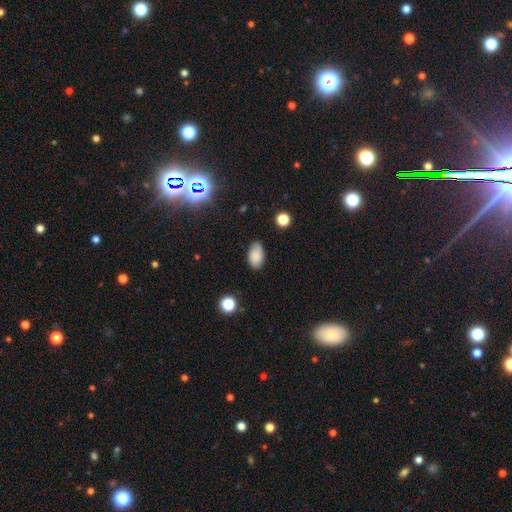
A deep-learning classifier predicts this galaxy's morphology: smooth 82%, star or artifact 9%, featured or disk 9%. Down the decision tree: how rounded — in between (93%); merging — none (79%).